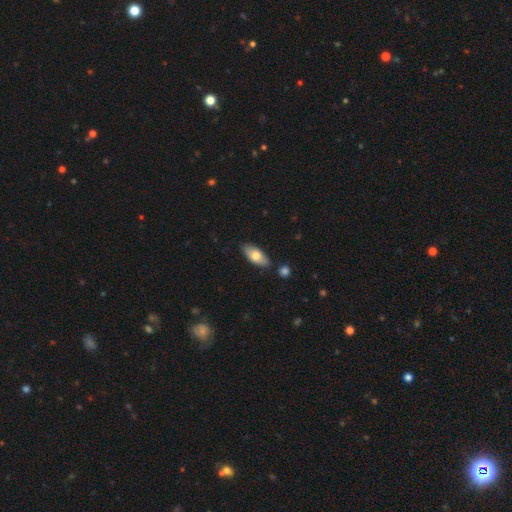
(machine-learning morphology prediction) Q: Smooth or featured?
A: smooth (74%); runner-up: featured or disk (20%)
Q: How rounded?
A: in between (83%); runner-up: cigar-shaped (14%)
Q: Merging?
A: none (82%); runner-up: minor disturbance (12%)